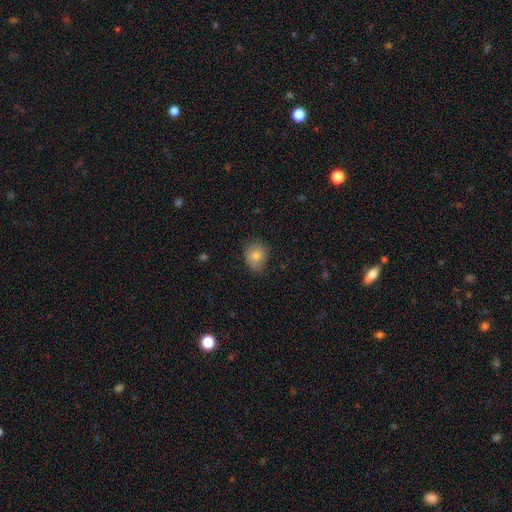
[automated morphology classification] Overall: smooth (78%). How rounded: round (59%; in between 40%). Merging: none (76%).